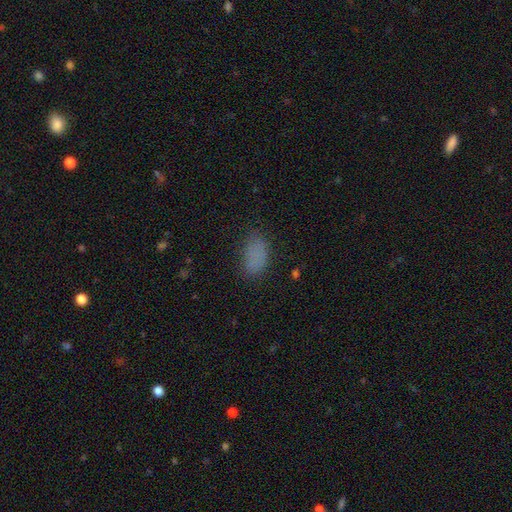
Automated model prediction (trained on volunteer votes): Morphology: type=smooth (80%); roundness=in between (91%); merging=none (74%).